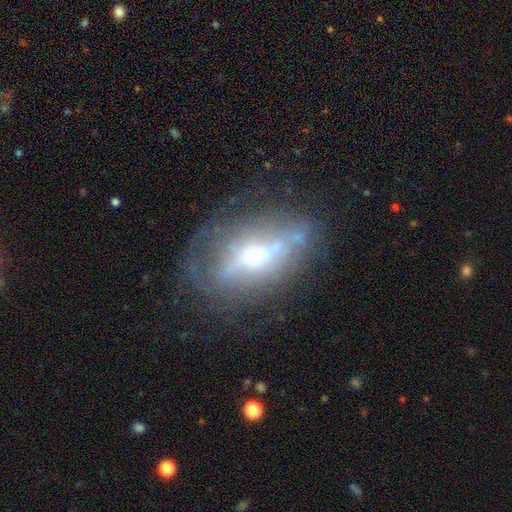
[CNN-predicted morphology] Q: Smooth or featured?
A: featured or disk (64%); runner-up: smooth (25%)
Q: Edge-on disk?
A: no (66%); runner-up: yes (34%)
Q: Merging?
A: none (53%); runner-up: minor disturbance (22%)